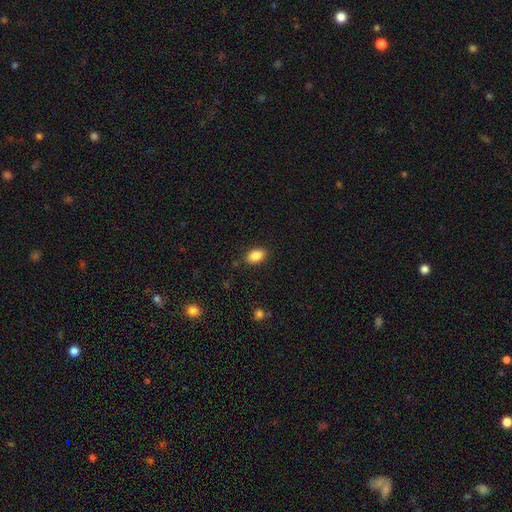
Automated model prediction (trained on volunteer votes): Smooth or featured: smooth — 87% (star or artifact — 8%)
How rounded: in between — 90% (round — 8%)
Merging: none — 87% (minor disturbance — 10%)